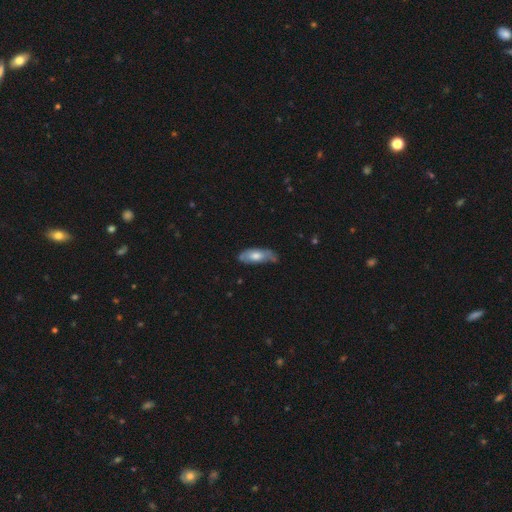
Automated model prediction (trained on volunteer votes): smooth-or-featured: smooth: 56% | featured or disk: 38% | star or artifact: 6%
  how-rounded: in between: 76% | cigar-shaped: 21% | round: 2%
  merging: none: 51% | minor disturbance: 35% | major disturbance: 11% | merger: 3%